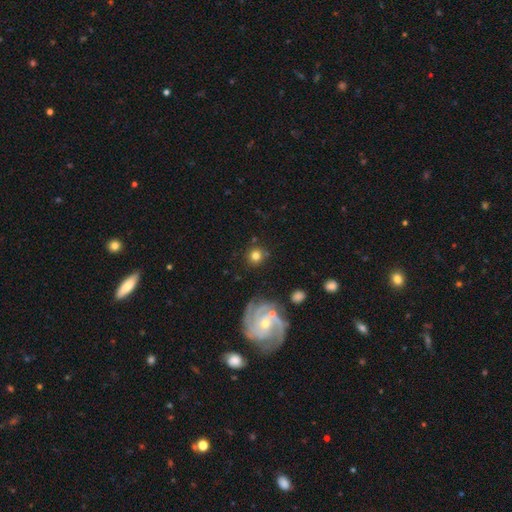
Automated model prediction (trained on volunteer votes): This appears to be a smooth galaxy with no disk features (70%) that is round (91%). Merging: none (85%).